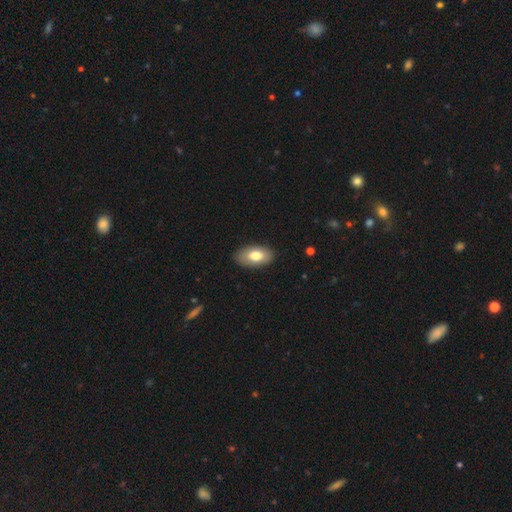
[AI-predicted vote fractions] Smooth or featured? smooth (75%)
How rounded? in between (94%)
Merging? none (87%)